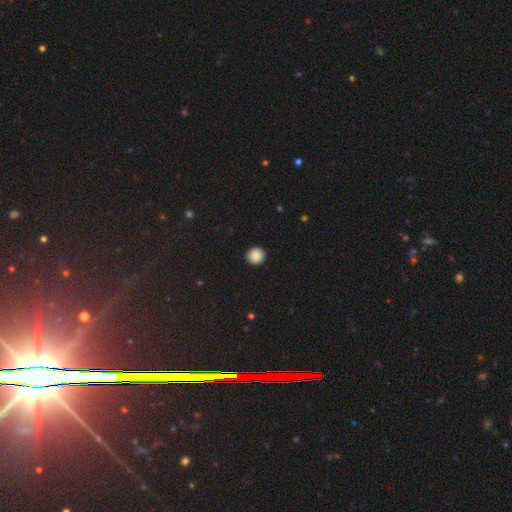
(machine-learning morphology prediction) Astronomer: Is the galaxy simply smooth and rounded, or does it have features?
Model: smooth — 88%.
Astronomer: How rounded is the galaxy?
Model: round — 92%.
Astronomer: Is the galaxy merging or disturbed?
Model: none — 92%.